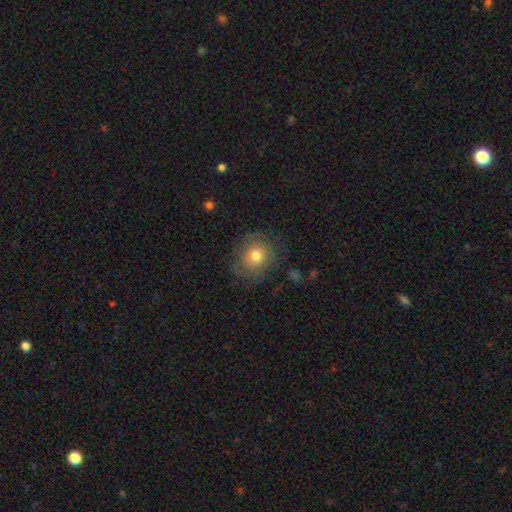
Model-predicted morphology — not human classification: Q: Smooth or featured?
A: smooth (72%); runner-up: featured or disk (18%)
Q: How rounded?
A: round (82%); runner-up: in between (17%)
Q: Merging?
A: none (74%); runner-up: minor disturbance (16%)